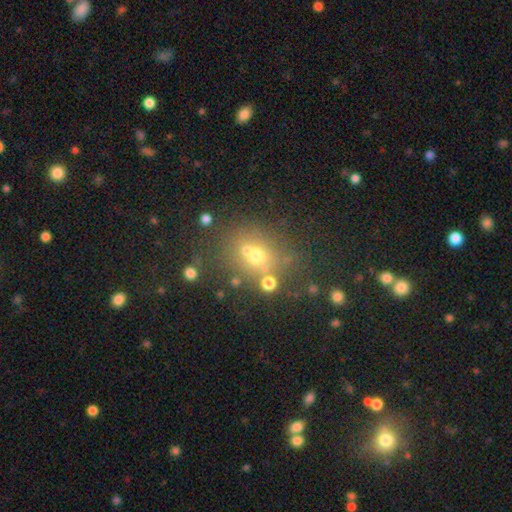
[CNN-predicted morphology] This appears to be a smooth galaxy with no disk features (52%) that is round (59%). Merging: none (62%).